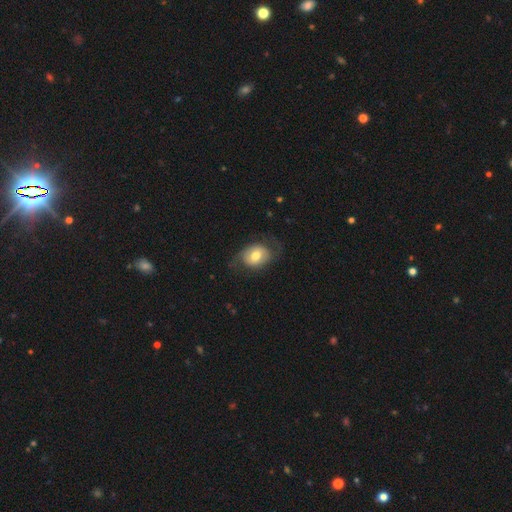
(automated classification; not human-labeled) This appears to be a smooth galaxy with no disk features (58%) that is in between round and cigar-shaped (63%). Merging: none (66%).